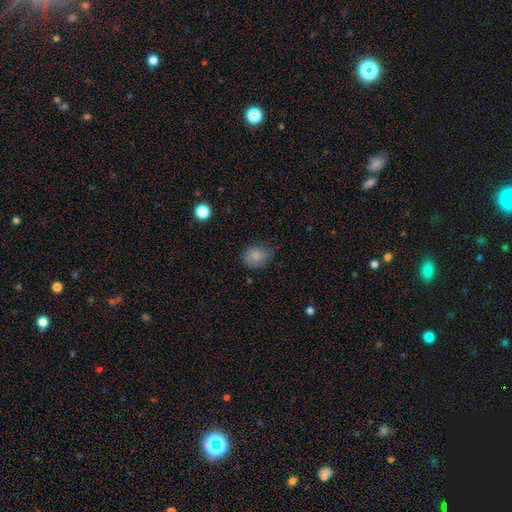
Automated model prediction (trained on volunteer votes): smooth 81%, featured or disk 10%, star or artifact 9%. Down the decision tree: how rounded — round (56%); merging — none (63%).